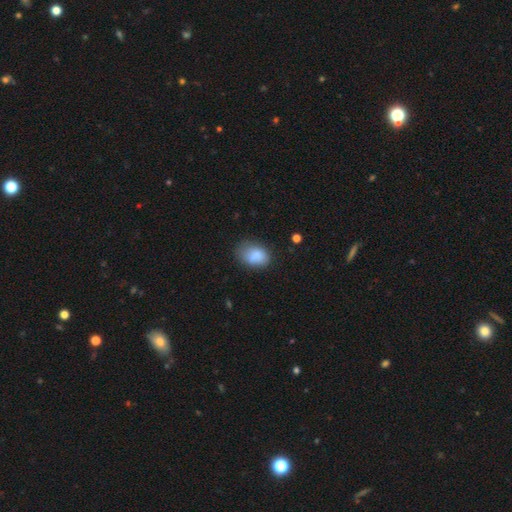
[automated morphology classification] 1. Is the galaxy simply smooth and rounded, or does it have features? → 83% smooth, 9% star or artifact, 8% featured or disk.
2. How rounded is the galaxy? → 77% in between, 21% round, 1% cigar-shaped.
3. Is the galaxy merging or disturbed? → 55% none, 30% minor disturbance, 10% major disturbance, 4% merger.